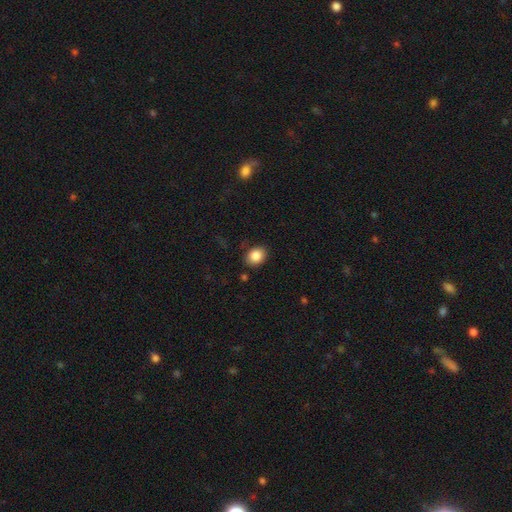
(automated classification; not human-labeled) smooth-or-featured: smooth: 86% | star or artifact: 9% | featured or disk: 5%
  how-rounded: in between: 54% | round: 45% | cigar-shaped: 1%
  merging: none: 85% | minor disturbance: 10% | major disturbance: 3% | merger: 2%